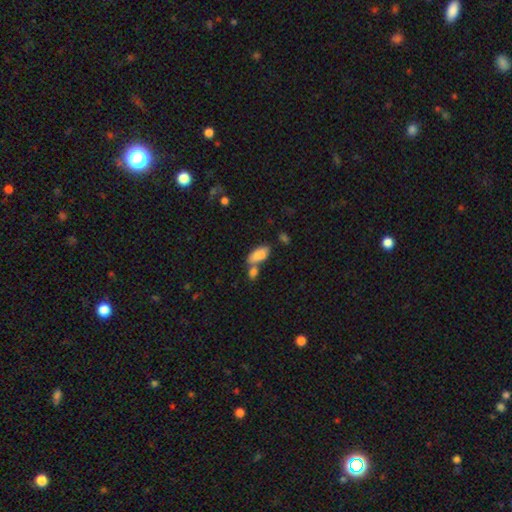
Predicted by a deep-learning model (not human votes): Smooth or featured?
  - smooth: 81% *
  - featured or disk: 11%
  - star or artifact: 7%
How rounded?
  - in between: 89% *
  - cigar-shaped: 8%
  - round: 3%
Merging?
  - merger: 46% *
  - none: 37%
  - minor disturbance: 12%
  - major disturbance: 5%